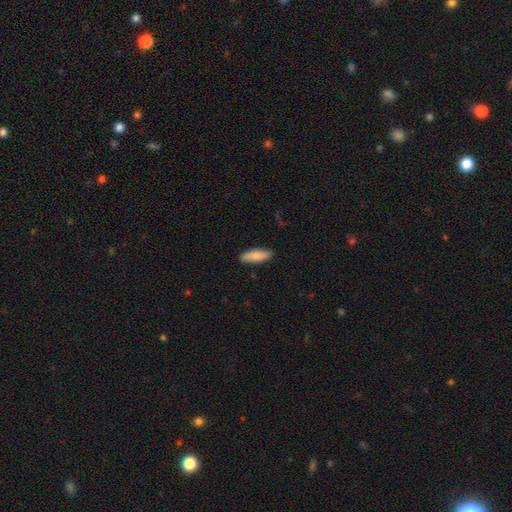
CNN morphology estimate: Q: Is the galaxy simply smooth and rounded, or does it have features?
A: smooth — 84%.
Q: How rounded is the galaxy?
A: in between — 58%.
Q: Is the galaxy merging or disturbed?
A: none — 89%.